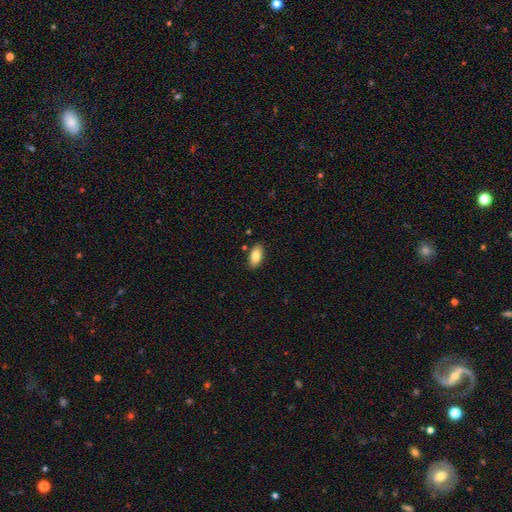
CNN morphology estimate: Smooth or featured? Predicted: smooth (p=0.82). How rounded? Predicted: in between (p=0.92). Merging? Predicted: none (p=0.86).